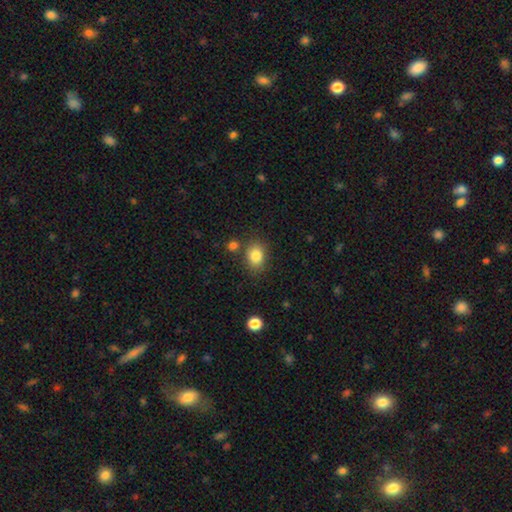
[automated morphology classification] Overall: smooth (83%). How rounded: in between (61%; round 38%). Merging: none (77%).